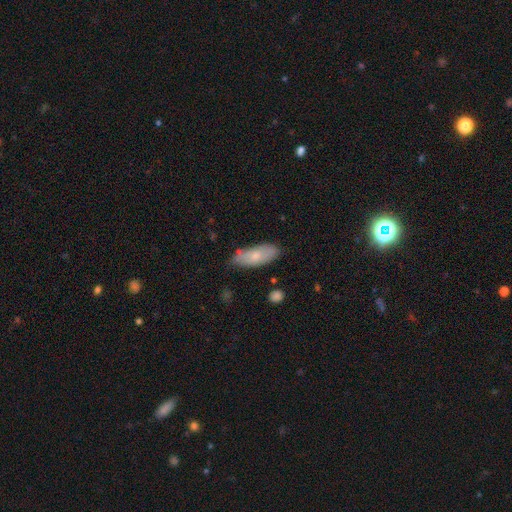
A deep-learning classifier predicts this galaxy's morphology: A smooth galaxy with no disk features (72%) that is in between round and cigar-shaped (81%). Merging: none (71%).